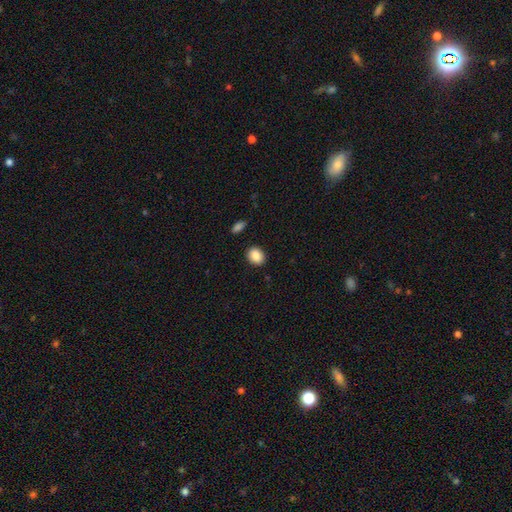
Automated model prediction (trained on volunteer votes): A smooth galaxy with no disk features (88%) that is in between round and cigar-shaped (52%).

Vote fractions:
- Smooth or featured? smooth: 88% / star or artifact: 8% / featured or disk: 4%
- How rounded? in between: 52% / round: 47% / cigar-shaped: 1%
- Merging? none: 89% / minor disturbance: 7% / major disturbance: 2% / merger: 2%